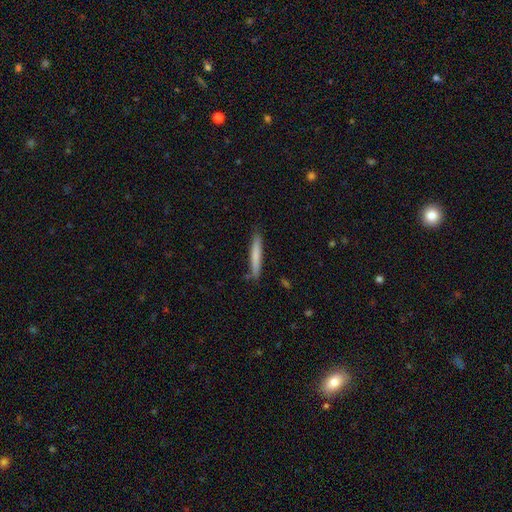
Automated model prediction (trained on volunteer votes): smooth 74%, featured or disk 20%, star or artifact 6%. Down the decision tree: how rounded — cigar-shaped (95%); merging — none (86%).